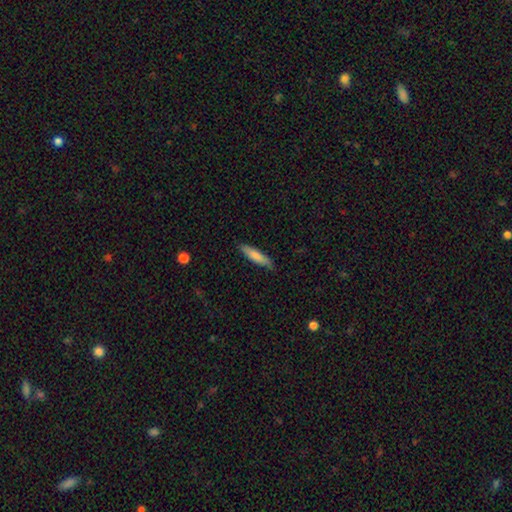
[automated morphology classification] This appears to be a smooth galaxy with no disk features (76%) that is cigar-shaped (79%). Merging: none (83%).